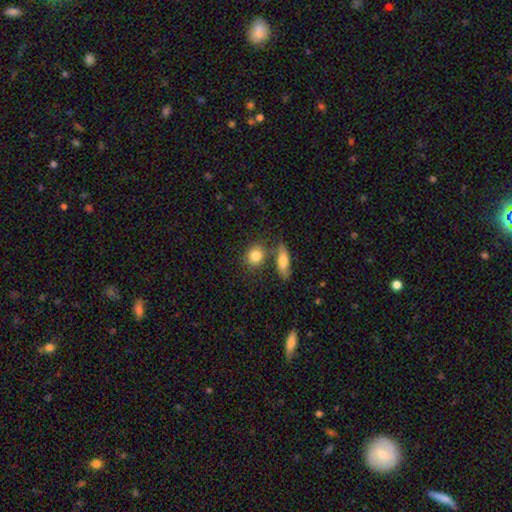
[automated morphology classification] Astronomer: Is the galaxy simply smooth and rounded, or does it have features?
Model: smooth — 83%.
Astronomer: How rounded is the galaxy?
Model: round — 65%.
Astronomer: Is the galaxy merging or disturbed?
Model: none — 67%.